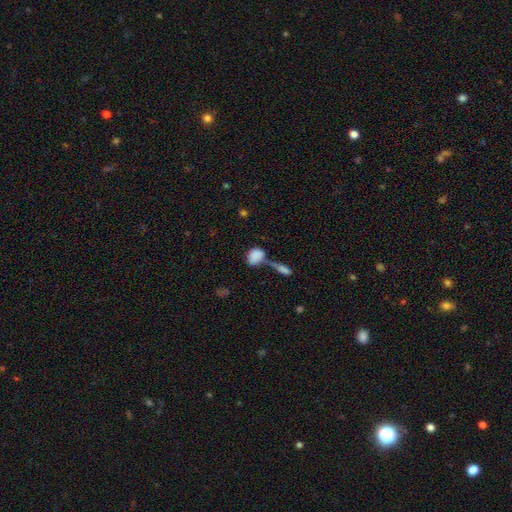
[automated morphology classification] This appears to be a smooth galaxy with no disk features (81%) that is in between round and cigar-shaped (68%). Merging: merger (49%).